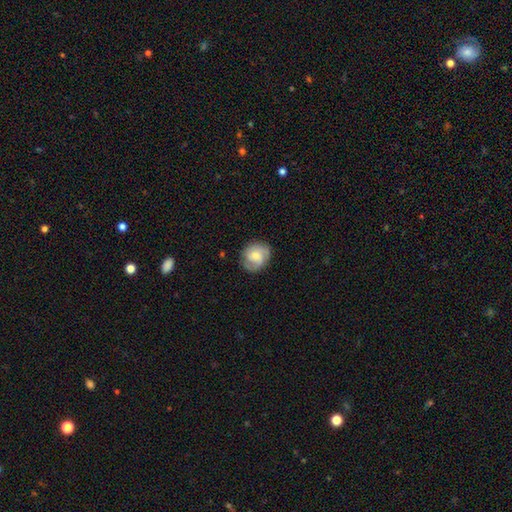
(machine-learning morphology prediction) Q: Smooth or featured?
A: featured or disk (57%); runner-up: smooth (36%)
Q: Edge-on disk?
A: no (97%); runner-up: yes (3%)
Q: Bar?
A: no (65%); runner-up: weak (30%)
Q: Spiral arms?
A: yes (90%); runner-up: no (10%)
Q: Bulge size?
A: moderate (52%); runner-up: small (42%)
Q: Merging?
A: none (77%); runner-up: minor disturbance (17%)